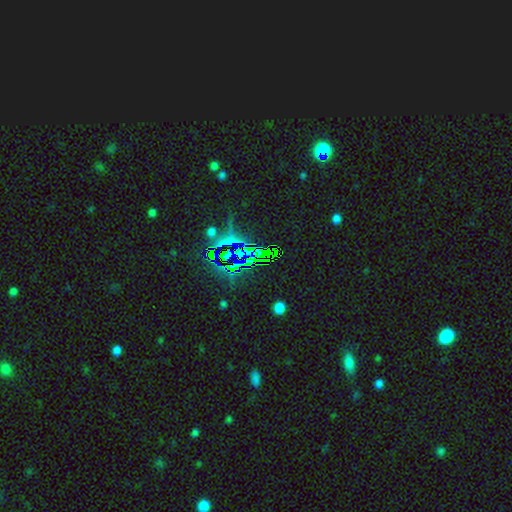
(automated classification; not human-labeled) A star or artifact, not a galaxy (81%).